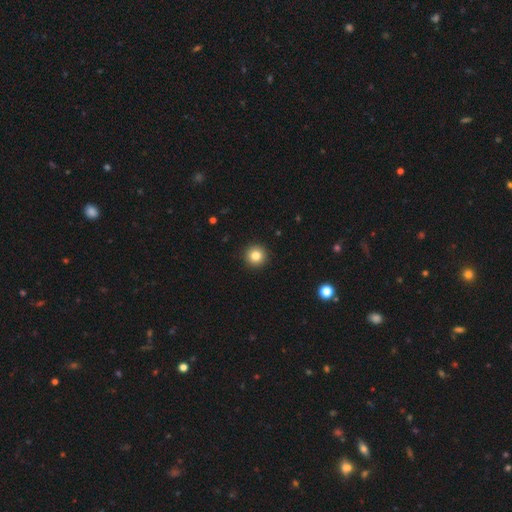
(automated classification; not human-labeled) The model was most divided on "smooth or featured": smooth: 83%, star or artifact: 11%, featured or disk: 6%. More confident: how rounded — round (96%); merging — none (93%).